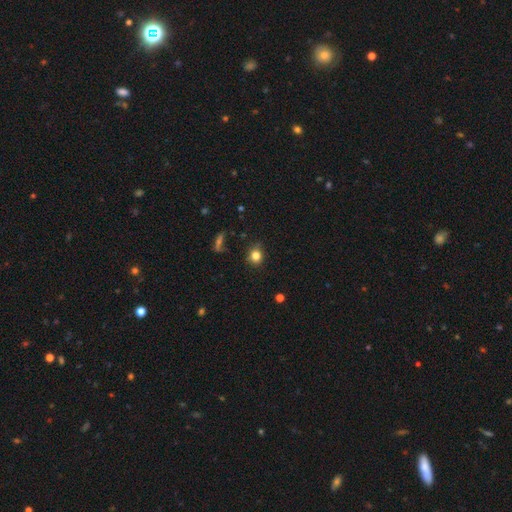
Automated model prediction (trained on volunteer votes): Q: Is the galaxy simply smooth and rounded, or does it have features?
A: smooth — 81%.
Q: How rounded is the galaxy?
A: round — 79%.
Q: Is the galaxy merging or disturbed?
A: none — 82%.